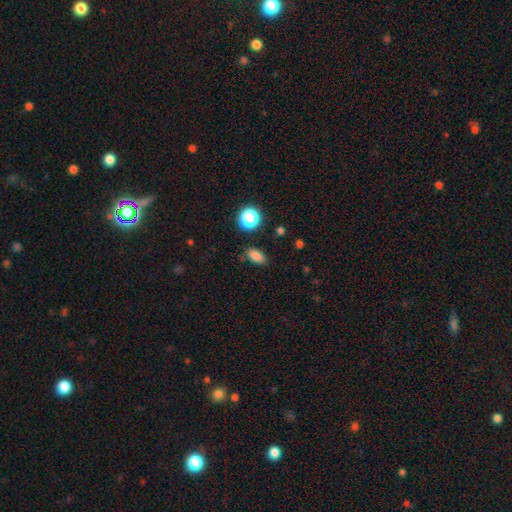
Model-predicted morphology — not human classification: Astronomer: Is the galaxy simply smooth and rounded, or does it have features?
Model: smooth — 81%.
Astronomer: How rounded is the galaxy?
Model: in between — 84%.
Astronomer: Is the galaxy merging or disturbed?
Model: none — 81%.